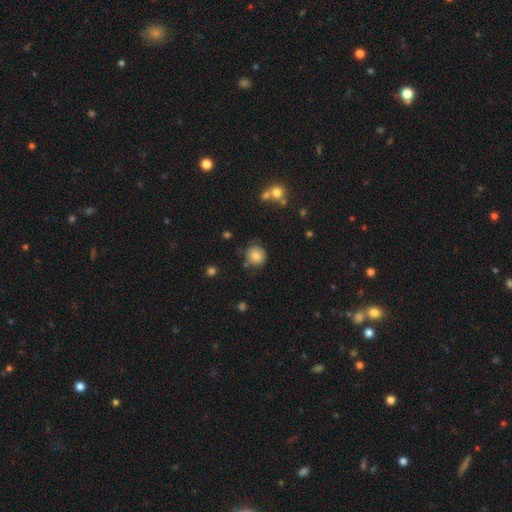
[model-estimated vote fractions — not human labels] Q: Smooth or featured?
A: smooth (82%); runner-up: star or artifact (10%)
Q: How rounded?
A: round (87%); runner-up: in between (12%)
Q: Merging?
A: none (77%); runner-up: minor disturbance (15%)